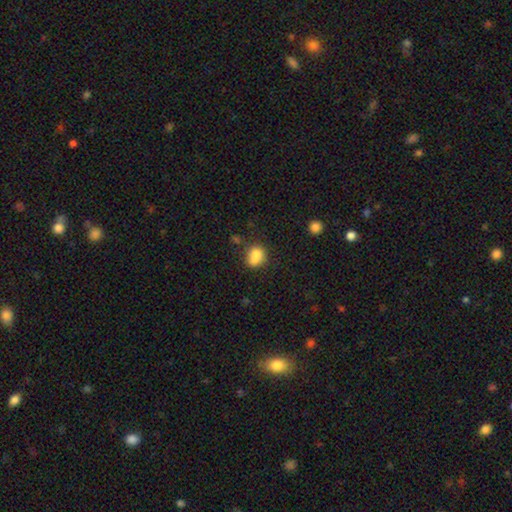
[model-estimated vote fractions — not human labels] The model was most divided on "how rounded": round: 52%, in between: 47%, cigar-shaped: 2%. Remaining: smooth or featured — smooth (78%); merging — none (44%).